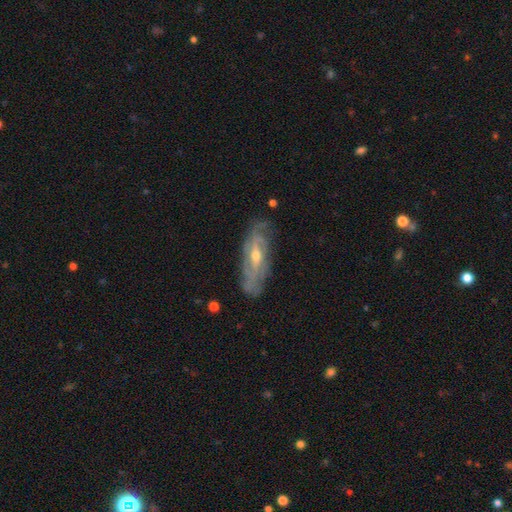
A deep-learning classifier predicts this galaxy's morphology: smooth_or_featured: featured or disk (p=0.79) [alt: smooth p=0.15]
disk_edge_on: no (p=0.81) [alt: yes p=0.19]
bar: weak (p=0.42) [alt: no p=0.41]
has_spiral_arms: yes (p=0.86) [alt: no p=0.14]
spiral_winding: tight (p=0.54) [alt: medium p=0.34]
spiral_arm_count: can't tell (p=0.43) [alt: 2 p=0.36]
bulge_size: moderate (p=0.52) [alt: small p=0.45]
merging: none (p=0.71) [alt: minor disturbance p=0.21]